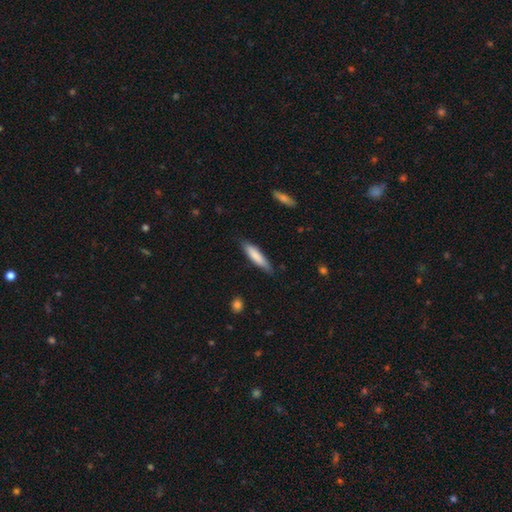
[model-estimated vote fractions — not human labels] This appears to be a smooth galaxy with no disk features (80%) that is cigar-shaped (80%). Merging: none (81%).